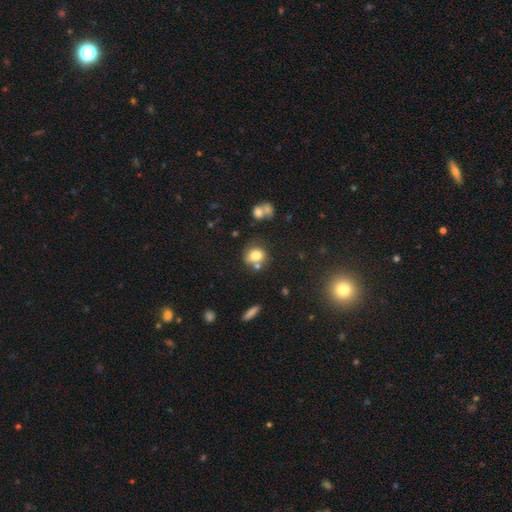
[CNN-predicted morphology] A smooth galaxy with no disk features (77%) that is round (56%).

Vote fractions:
- Smooth or featured? smooth: 77% / featured or disk: 12% / star or artifact: 11%
- How rounded? round: 56% / in between: 42% / cigar-shaped: 1%
- Merging? none: 54% / merger: 24% / minor disturbance: 16% / major disturbance: 6%